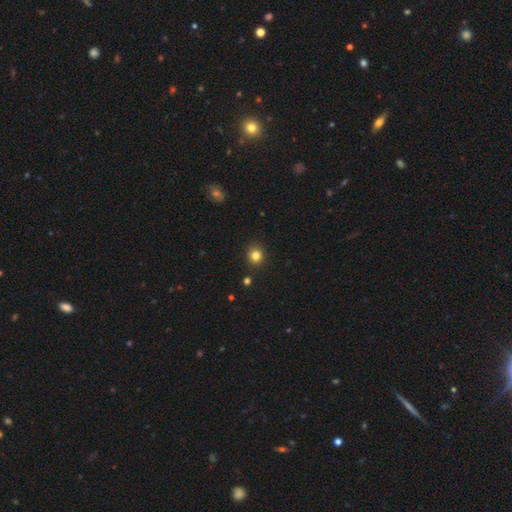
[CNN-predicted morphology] Overall: smooth (81%). How rounded: round (83%). Merging: none (89%).